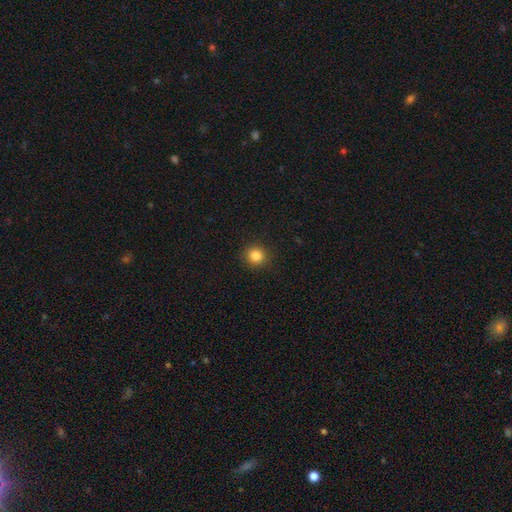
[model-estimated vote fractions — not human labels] smooth_or_featured: smooth (p=0.84) [alt: star or artifact p=0.12]
how_rounded: round (p=0.91) [alt: in between p=0.08]
merging: none (p=0.91) [alt: minor disturbance p=0.06]